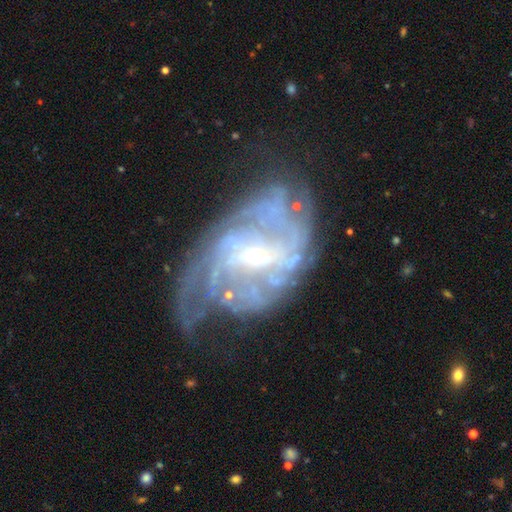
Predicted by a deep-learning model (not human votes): Morphology: type=featured or disk (87%); edge-on=no (97%); bar=weak (51%); spiral arms=yes (91%); winding=tight (43%); arm count=can't tell (40%); bulge=small (69%); merging=none (47%).